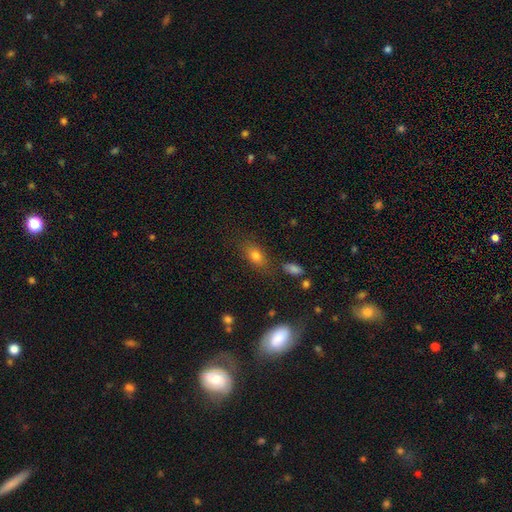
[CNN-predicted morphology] Smooth or featured? smooth (74%)
How rounded? in between (80%)
Merging? none (73%)